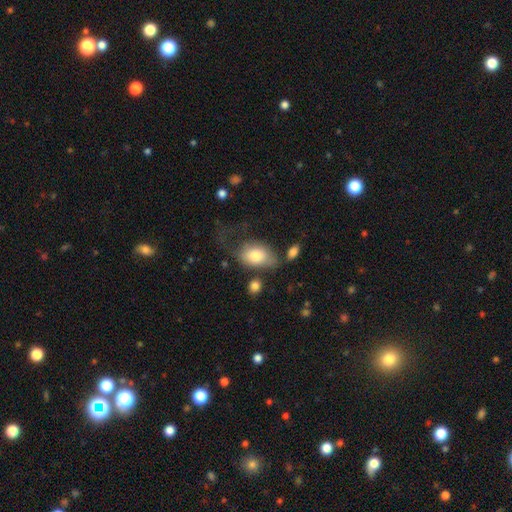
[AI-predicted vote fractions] This appears to be a smooth galaxy with no disk features (77%) that is in between round and cigar-shaped (87%). Merging: none (36%).